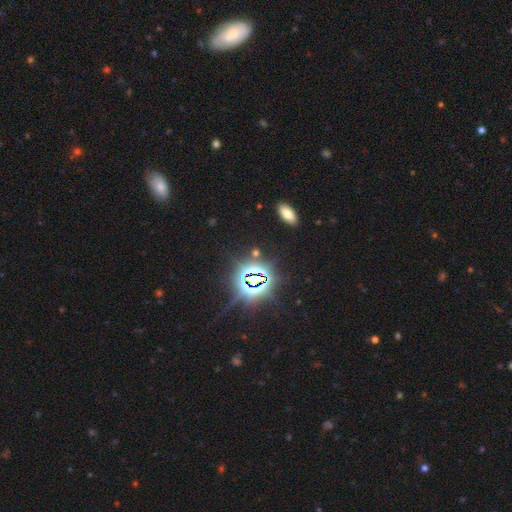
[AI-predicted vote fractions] Smooth or featured: star or artifact — 68% (smooth — 22%)